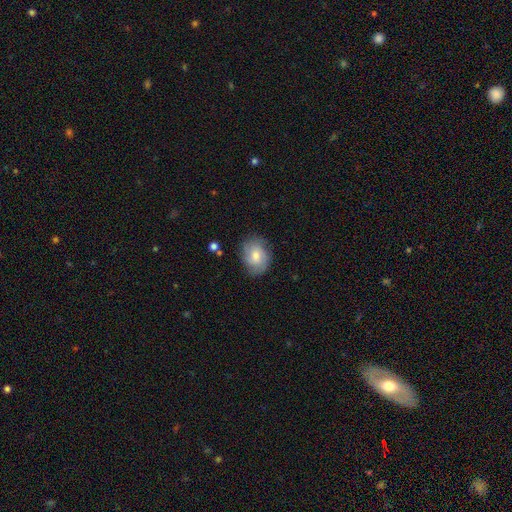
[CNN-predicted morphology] Smooth or featured?
  - smooth: 59% *
  - featured or disk: 33%
  - star or artifact: 8%
How rounded?
  - in between: 51% *
  - round: 48%
  - cigar-shaped: 1%
Merging?
  - none: 76% *
  - minor disturbance: 18%
  - major disturbance: 5%
  - merger: 1%